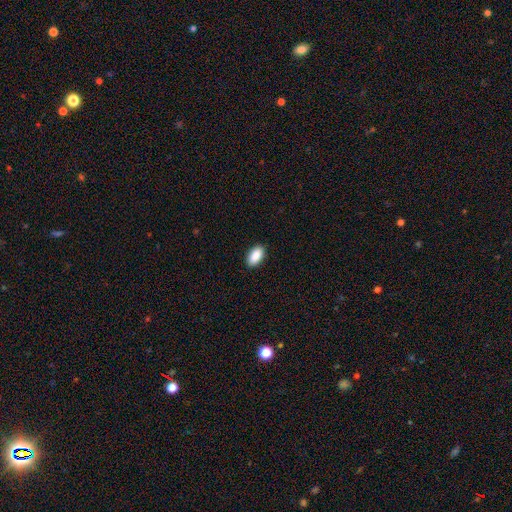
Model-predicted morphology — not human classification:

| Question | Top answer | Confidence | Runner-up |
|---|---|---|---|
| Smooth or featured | smooth | 90% | star or artifact (7%) |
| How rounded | in between | 94% | round (4%) |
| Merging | none | 89% | minor disturbance (8%) |